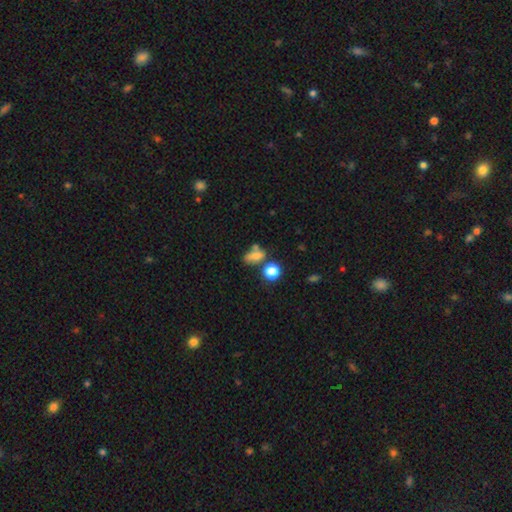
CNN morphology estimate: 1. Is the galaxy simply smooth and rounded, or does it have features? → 71% smooth, 15% star or artifact, 14% featured or disk.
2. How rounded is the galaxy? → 70% in between, 23% round, 6% cigar-shaped.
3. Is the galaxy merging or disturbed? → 46% none, 25% merger, 20% minor disturbance, 10% major disturbance.